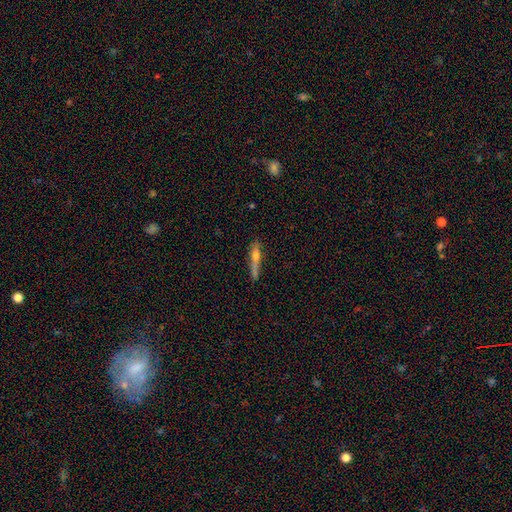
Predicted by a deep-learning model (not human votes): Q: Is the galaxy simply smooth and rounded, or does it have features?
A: featured or disk — 48%.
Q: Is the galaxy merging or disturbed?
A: none — 68%.